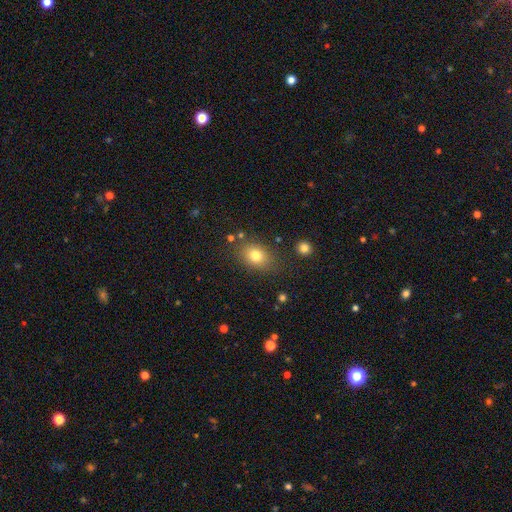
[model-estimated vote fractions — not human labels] The model was most divided on "how rounded": in between: 66%, round: 33%, cigar-shaped: 1%. More confident: merging — none (79%); smooth or featured — smooth (78%).